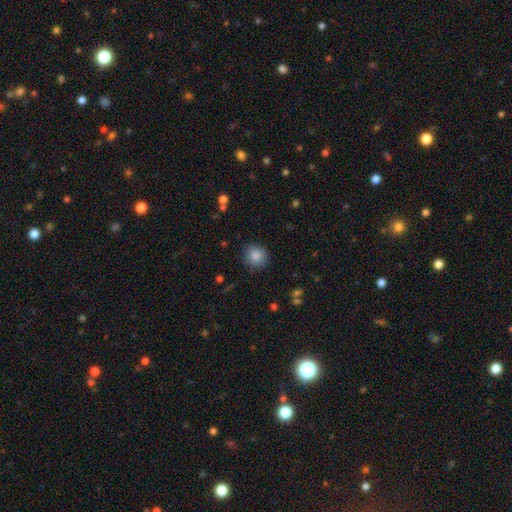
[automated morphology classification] A smooth galaxy with no disk features (86%) that is round (91%).

Vote fractions:
- Smooth or featured? smooth: 86% / star or artifact: 9% / featured or disk: 4%
- How rounded? round: 91% / in between: 8% / cigar-shaped: 1%
- Merging? none: 88% / minor disturbance: 8% / major disturbance: 3% / merger: 1%